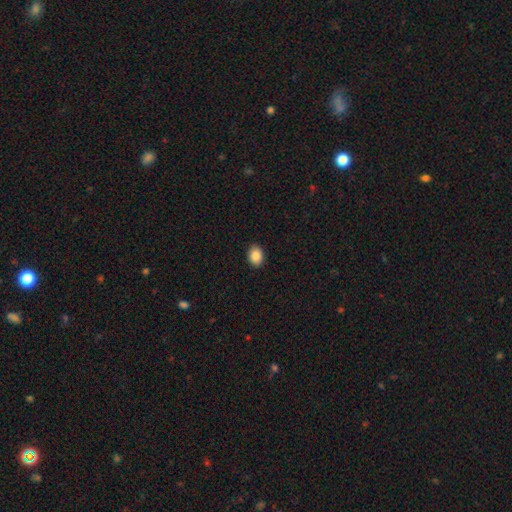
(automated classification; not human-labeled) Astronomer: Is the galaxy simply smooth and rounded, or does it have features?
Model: smooth — 88%.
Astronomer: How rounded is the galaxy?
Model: in between — 74%.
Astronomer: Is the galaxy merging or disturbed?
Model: none — 89%.